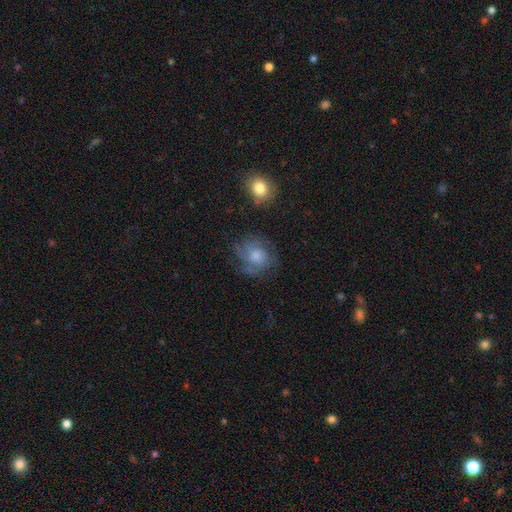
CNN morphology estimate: type=featured or disk (54%); edge-on=no (97%); bar=no (80%); spiral arms=yes (78%); bulge=moderate (47%); merging=none (58%).